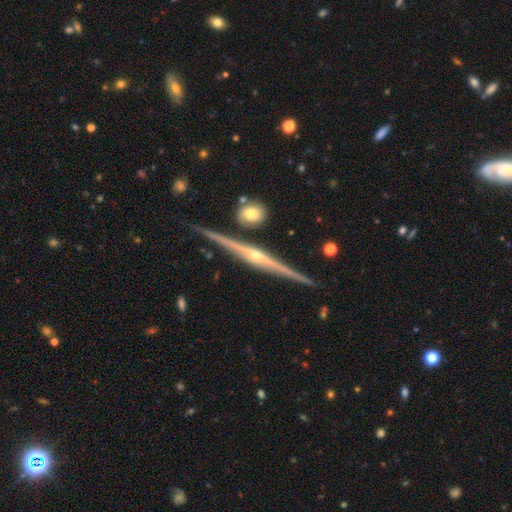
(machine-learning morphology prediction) The model was most divided on "edge-on bulge": rounded: 82%, none: 10%, boxy: 8%. More confident: edge-on disk — yes (99%); smooth or featured — featured or disk (89%); merging — none (89%).